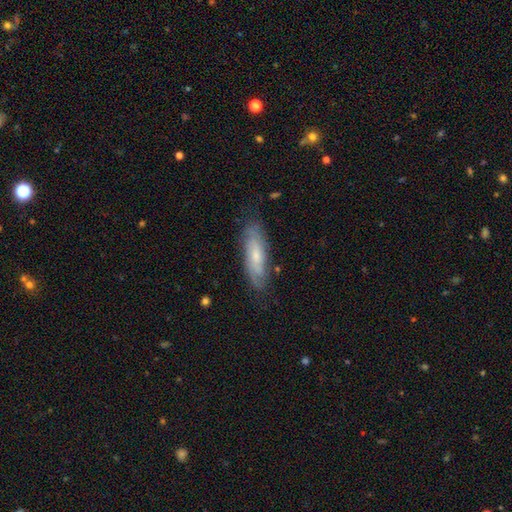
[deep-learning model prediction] Smooth or featured? featured or disk (51%)
Edge-on disk? no (69%)
Merging? none (75%)